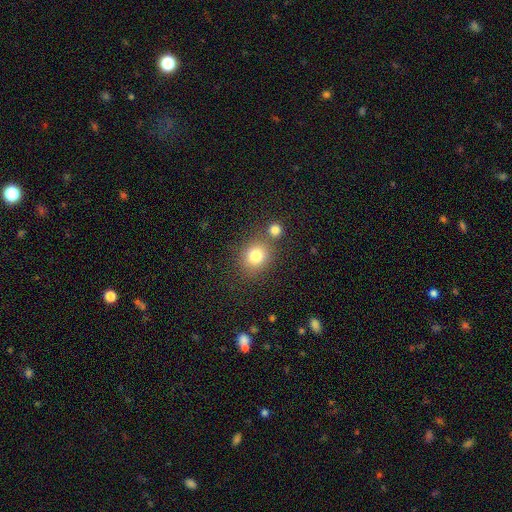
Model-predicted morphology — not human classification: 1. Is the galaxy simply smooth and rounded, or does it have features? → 79% smooth, 12% star or artifact, 8% featured or disk.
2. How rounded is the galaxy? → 75% round, 24% in between, 1% cigar-shaped.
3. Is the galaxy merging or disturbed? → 70% none, 16% merger, 10% minor disturbance, 4% major disturbance.